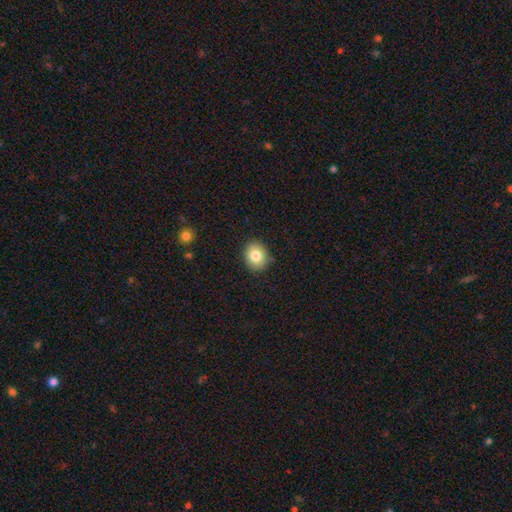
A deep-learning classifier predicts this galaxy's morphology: A smooth galaxy with no disk features (82%) that is round (65%). Merging: none (88%).